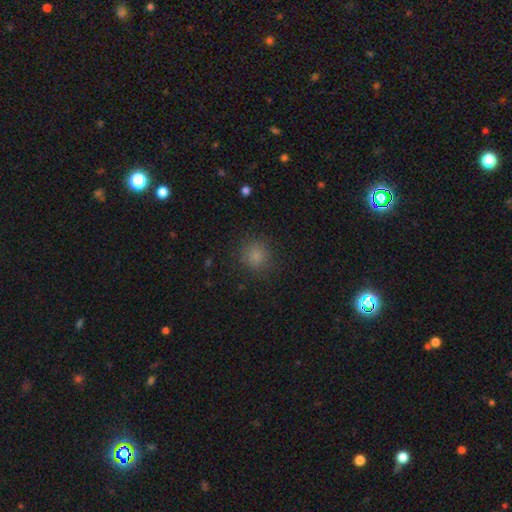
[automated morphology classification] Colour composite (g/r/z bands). It shows a smooth galaxy with no disk features (81%) that is round (90%). Merging: none (86%).